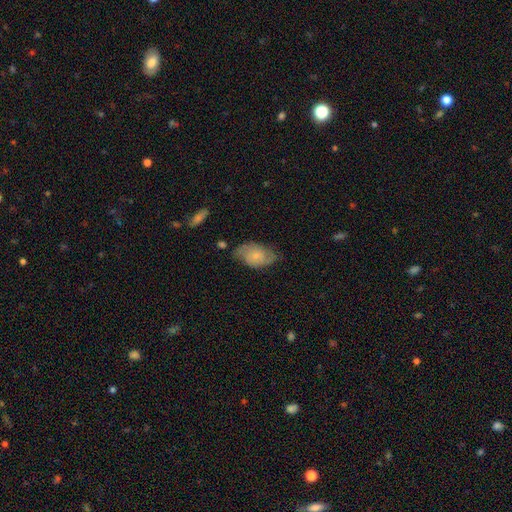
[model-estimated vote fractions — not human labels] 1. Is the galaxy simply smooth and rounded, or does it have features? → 51% smooth, 42% featured or disk, 7% star or artifact.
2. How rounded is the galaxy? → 89% in between, 9% round, 2% cigar-shaped.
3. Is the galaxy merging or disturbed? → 58% none, 30% minor disturbance, 10% major disturbance, 2% merger.